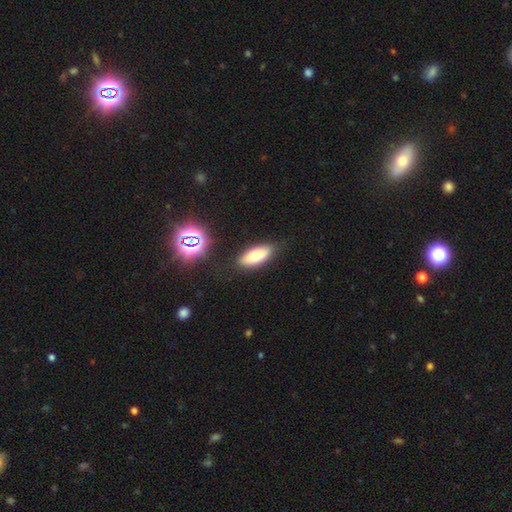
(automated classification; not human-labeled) Smooth or featured?
  - smooth: 81% *
  - featured or disk: 10%
  - star or artifact: 10%
How rounded?
  - in between: 77% *
  - cigar-shaped: 21%
  - round: 2%
Merging?
  - none: 83% *
  - minor disturbance: 12%
  - major disturbance: 3%
  - merger: 2%